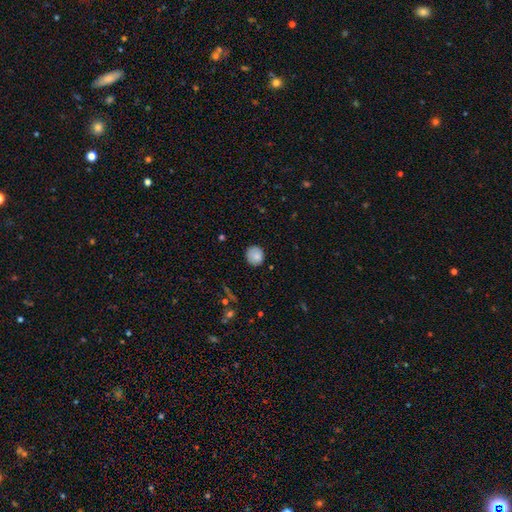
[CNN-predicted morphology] A smooth galaxy with no disk features (83%) that is round (82%).

Vote fractions:
- Smooth or featured? smooth: 83% / featured or disk: 9% / star or artifact: 8%
- How rounded? round: 82% / in between: 17% / cigar-shaped: 1%
- Merging? none: 81% / minor disturbance: 15% / major disturbance: 3% / merger: 1%